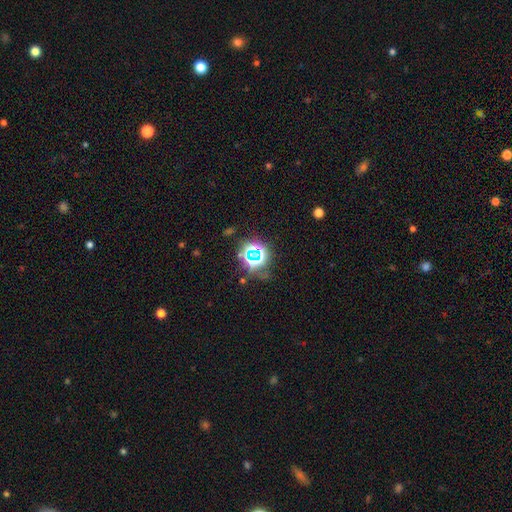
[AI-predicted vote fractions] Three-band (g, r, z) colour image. It shows a star or artifact, not a galaxy (70%).